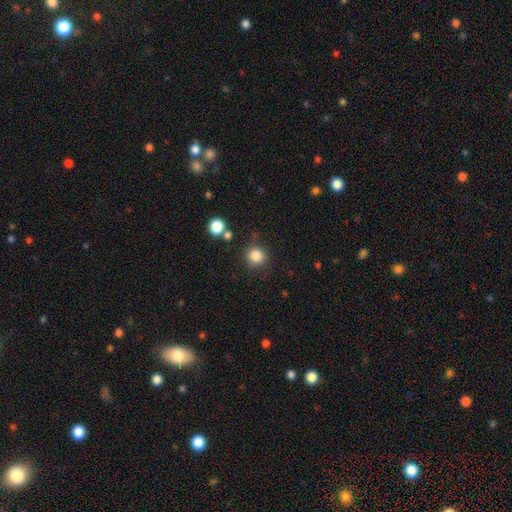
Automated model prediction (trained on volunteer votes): Smooth or featured? smooth (84%)
How rounded? round (92%)
Merging? none (83%)